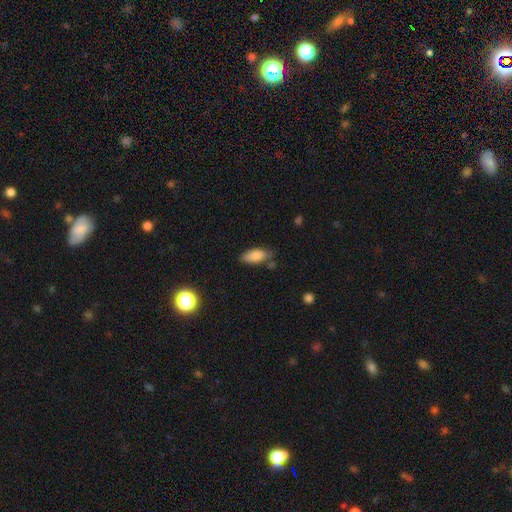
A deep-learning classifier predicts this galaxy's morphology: A smooth galaxy with no disk features (83%) that is in between round and cigar-shaped (85%). Merging: none (68%).